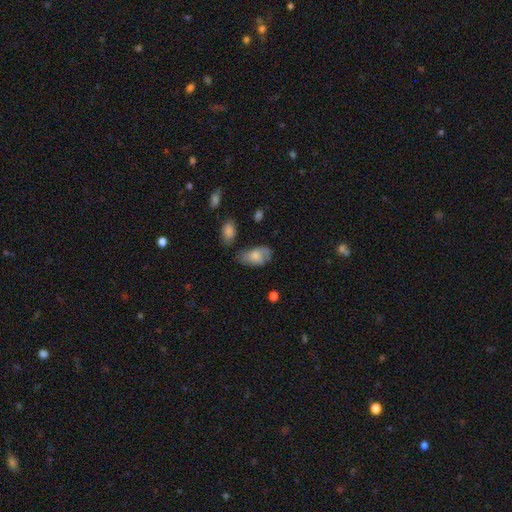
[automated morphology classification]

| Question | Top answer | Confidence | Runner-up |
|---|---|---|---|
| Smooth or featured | smooth | 61% | featured or disk (32%) |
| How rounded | in between | 91% | round (6%) |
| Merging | none | 52% | minor disturbance (31%) |